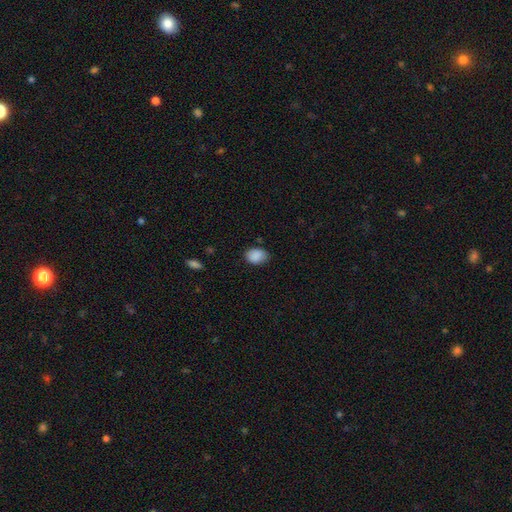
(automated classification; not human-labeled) Morphology: type=smooth (89%); roundness=in between (68%); merging=none (73%).